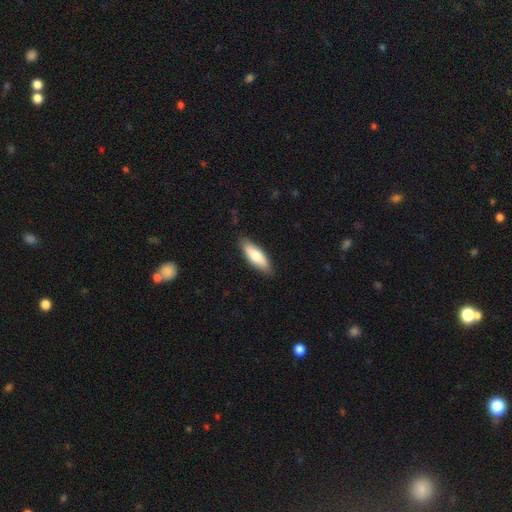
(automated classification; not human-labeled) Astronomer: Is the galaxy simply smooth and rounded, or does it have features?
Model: smooth — 76%.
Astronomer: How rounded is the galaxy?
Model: in between — 57% (runner-up: cigar-shaped, 41%).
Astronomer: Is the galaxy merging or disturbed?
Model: none — 85%.